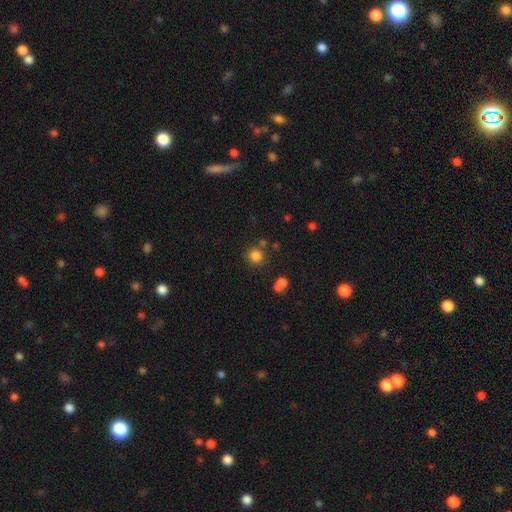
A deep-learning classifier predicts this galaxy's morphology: Smooth or featured?
  - smooth: 82% *
  - star or artifact: 13%
  - featured or disk: 5%
How rounded?
  - round: 90% *
  - in between: 9%
  - cigar-shaped: 1%
Merging?
  - none: 78% *
  - merger: 10%
  - minor disturbance: 9%
  - major disturbance: 4%